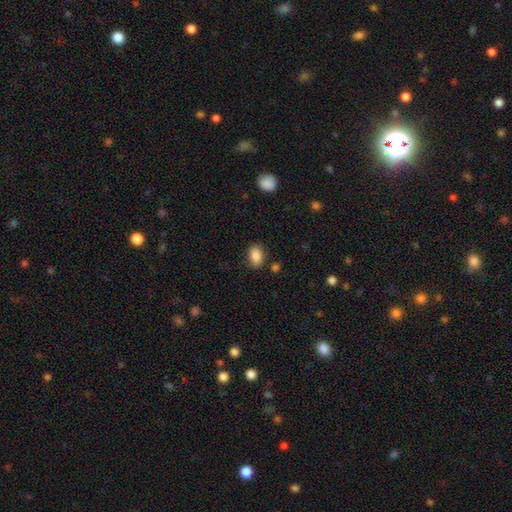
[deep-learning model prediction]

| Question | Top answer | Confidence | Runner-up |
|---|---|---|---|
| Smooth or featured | smooth | 87% | star or artifact (8%) |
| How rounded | in between | 88% | round (10%) |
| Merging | none | 78% | minor disturbance (16%) |